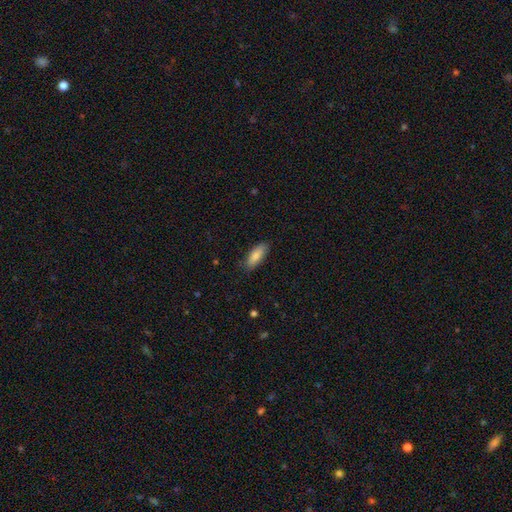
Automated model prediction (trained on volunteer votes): smooth_or_featured: smooth (p=0.81) [alt: featured or disk p=0.13]
how_rounded: in between (p=0.73) [alt: cigar-shaped p=0.25]
merging: none (p=0.83) [alt: minor disturbance p=0.13]